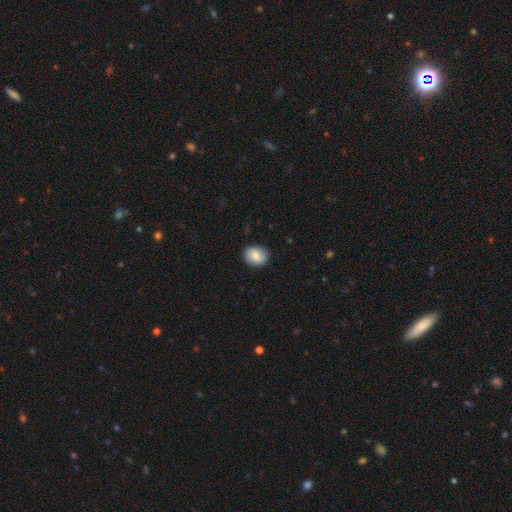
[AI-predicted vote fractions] Smooth or featured? smooth (72%)
How rounded? round (56%)
Merging? none (86%)